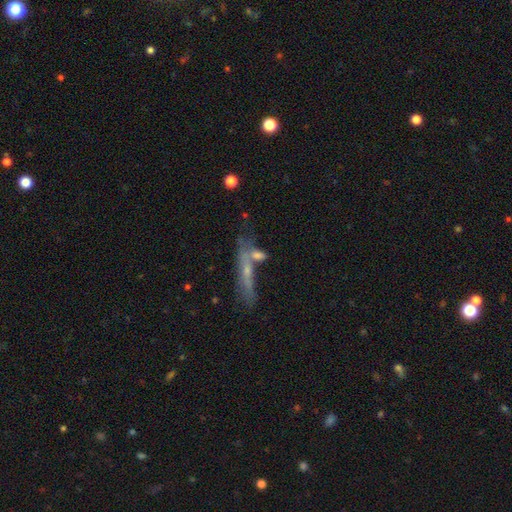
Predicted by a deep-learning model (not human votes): Smooth or featured? featured or disk (49%)
Merging? none (44%)